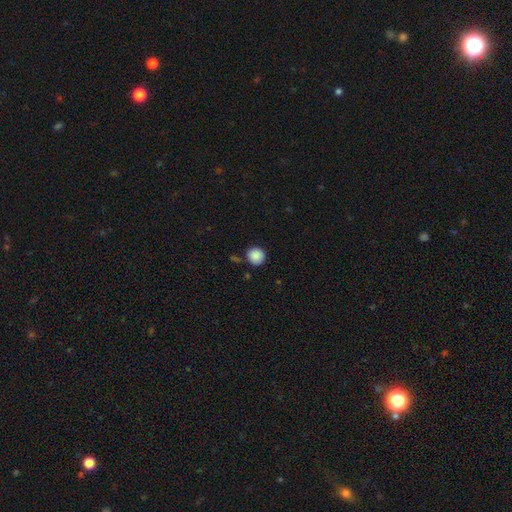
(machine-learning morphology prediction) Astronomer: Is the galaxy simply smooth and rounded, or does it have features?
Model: smooth — 88%.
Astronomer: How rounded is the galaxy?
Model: round — 94%.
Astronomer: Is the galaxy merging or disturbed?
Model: none — 83%.